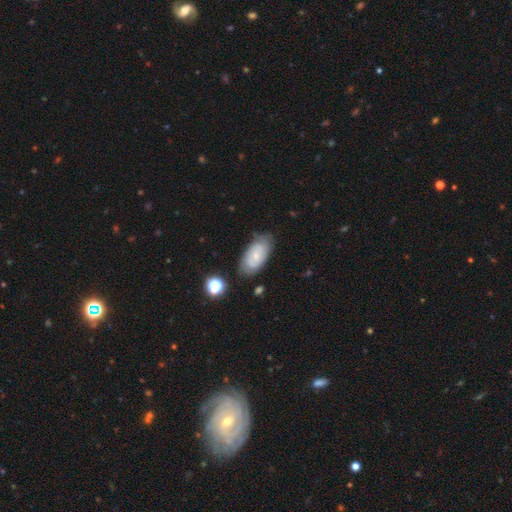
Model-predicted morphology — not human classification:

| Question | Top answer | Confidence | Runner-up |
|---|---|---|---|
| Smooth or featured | featured or disk | 54% | smooth (38%) |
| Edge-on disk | no | 93% | yes (7%) |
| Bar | no | 70% | weak (25%) |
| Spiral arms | yes | 80% | no (20%) |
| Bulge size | small | 72% | moderate (21%) |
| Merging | none | 70% | minor disturbance (21%) |